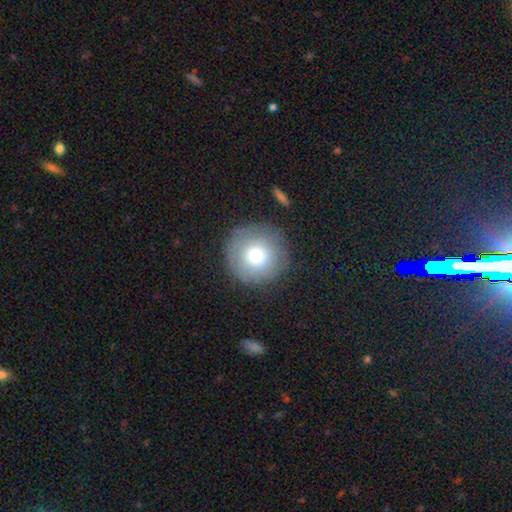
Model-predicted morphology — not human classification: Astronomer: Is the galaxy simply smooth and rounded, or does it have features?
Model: smooth — 73%.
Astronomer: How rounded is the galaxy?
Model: round — 96%.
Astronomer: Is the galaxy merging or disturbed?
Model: none — 85%.